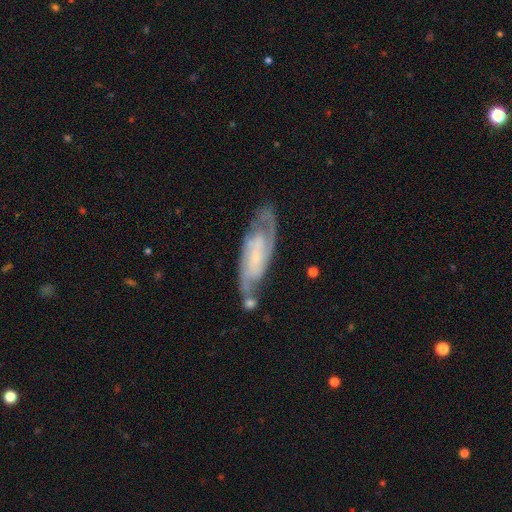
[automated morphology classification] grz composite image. It shows a featured or disk galaxy (81%) with no bar (44%), 2 (76%) medium (45%) spiral arms (95%) and a small central bulge (50%). Merging: none (64%).